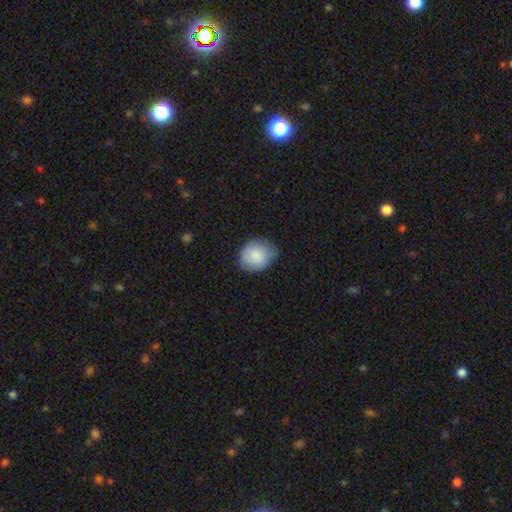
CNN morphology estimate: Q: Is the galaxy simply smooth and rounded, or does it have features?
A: smooth — 83%.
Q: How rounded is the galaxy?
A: round — 55%.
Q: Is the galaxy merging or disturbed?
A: none — 66%.